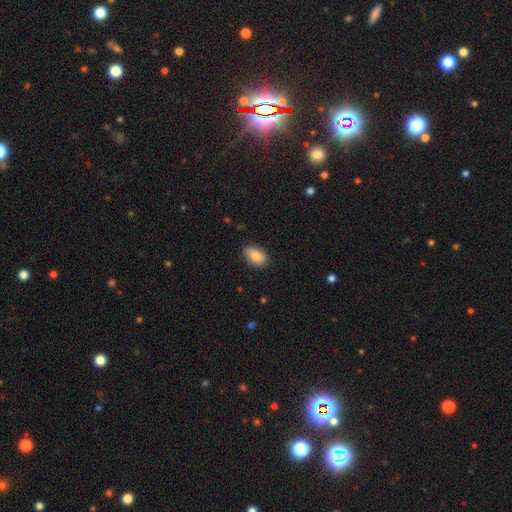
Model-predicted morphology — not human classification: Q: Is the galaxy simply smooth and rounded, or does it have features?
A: smooth — 82%.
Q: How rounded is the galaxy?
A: in between — 91%.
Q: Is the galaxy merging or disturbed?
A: none — 83%.